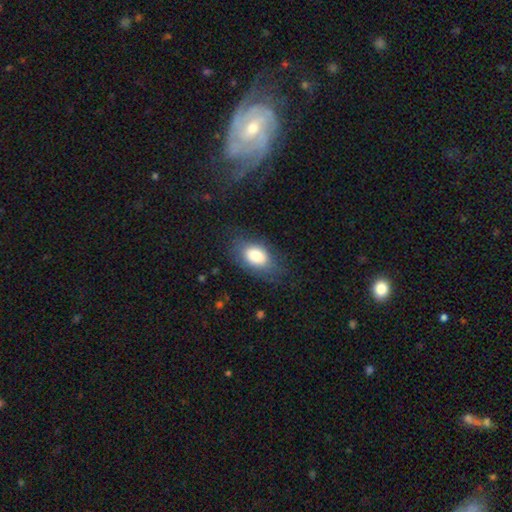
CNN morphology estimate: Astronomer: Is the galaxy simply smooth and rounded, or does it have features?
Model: smooth — 80%.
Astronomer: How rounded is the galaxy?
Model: in between — 91%.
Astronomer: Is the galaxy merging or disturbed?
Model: none — 71%.